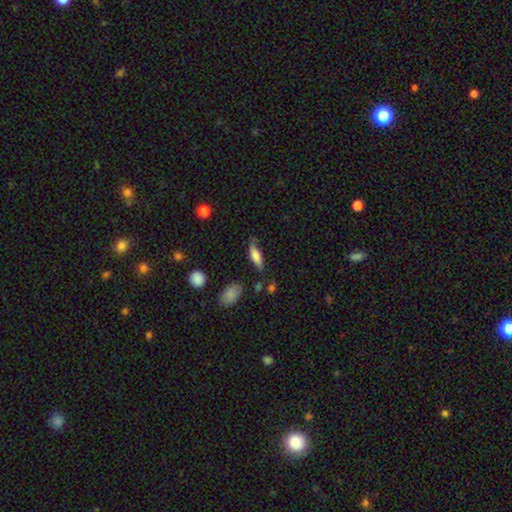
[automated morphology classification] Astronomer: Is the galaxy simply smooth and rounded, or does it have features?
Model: smooth — 69%.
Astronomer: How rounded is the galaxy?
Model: in between — 54% (runner-up: cigar-shaped, 43%).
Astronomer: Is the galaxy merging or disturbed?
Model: none — 66%.